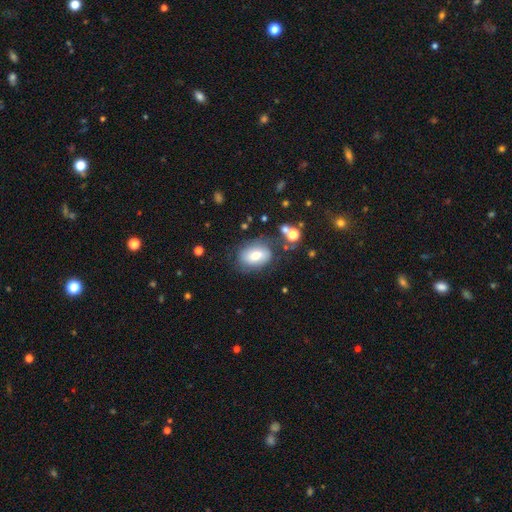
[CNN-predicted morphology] smooth 67%, featured or disk 23%, star or artifact 10%. Down the decision tree: how rounded — in between (78%); merging — none (70%).